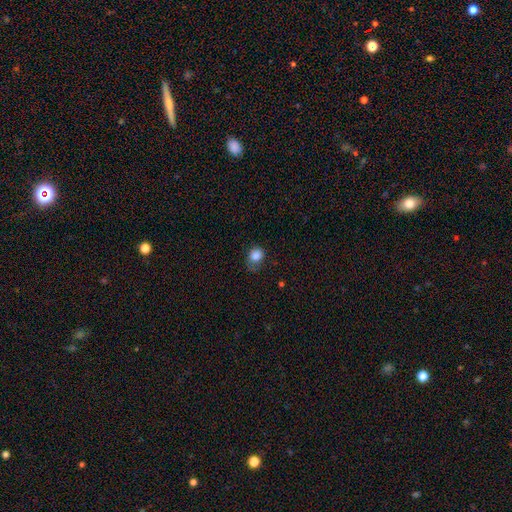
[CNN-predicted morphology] Smooth or featured: smooth — 83% (star or artifact — 10%)
How rounded: round — 59% (in between — 40%)
Merging: none — 49% (minor disturbance — 34%)